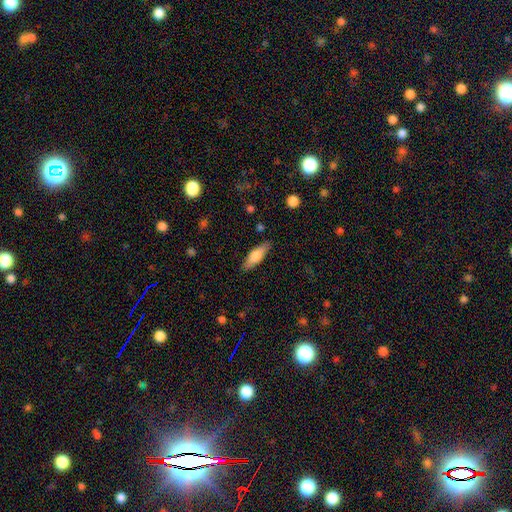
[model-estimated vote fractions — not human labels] Q: Smooth or featured?
A: smooth (66%); runner-up: featured or disk (28%)
Q: How rounded?
A: in between (51%); runner-up: cigar-shaped (46%)
Q: Merging?
A: none (86%); runner-up: minor disturbance (10%)